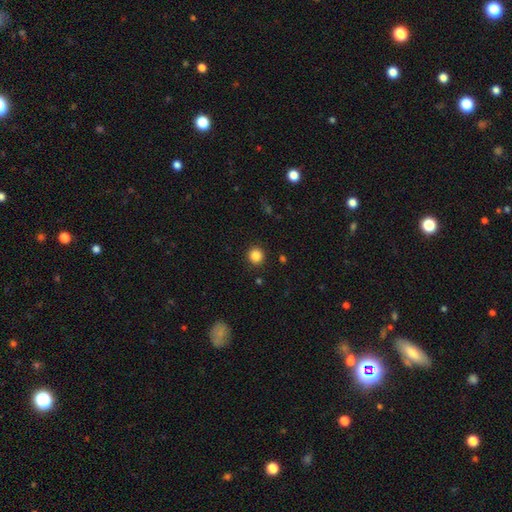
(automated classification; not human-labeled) Overall: smooth (85%). How rounded: round (94%). Merging: none (92%).